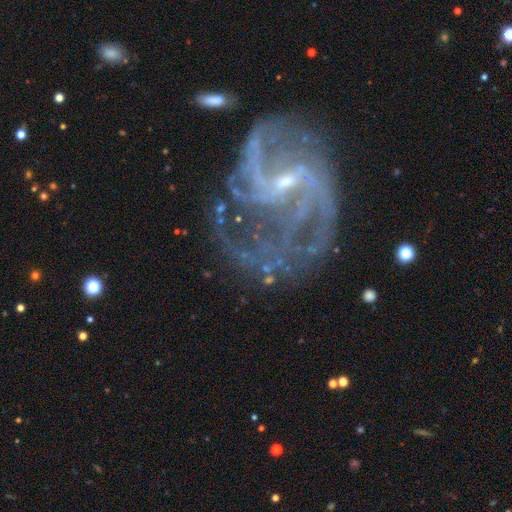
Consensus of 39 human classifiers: Overall: featured or disk (95%). Edge-on disk: no (97%). Bar: weak (81%). Spiral arms: yes (94%). Spiral arm count: 4 (38%; can't tell 24%). Spiral winding: medium (53%; tight 29%). Bulge size: small (75%). Merging: major disturbance (47%; none 32%).